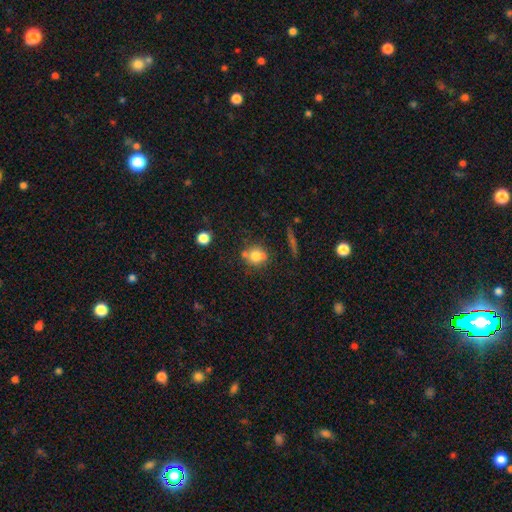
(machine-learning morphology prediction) Smooth or featured? Predicted: smooth (p=0.70). How rounded? Predicted: round (p=0.78). Merging? Predicted: none (p=0.59).